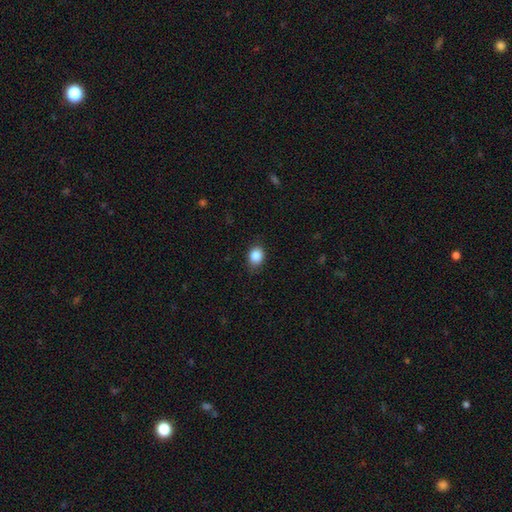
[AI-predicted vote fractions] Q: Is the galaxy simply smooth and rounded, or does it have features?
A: smooth — 87%.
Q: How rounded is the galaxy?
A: in between — 55%.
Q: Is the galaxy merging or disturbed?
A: none — 81%.